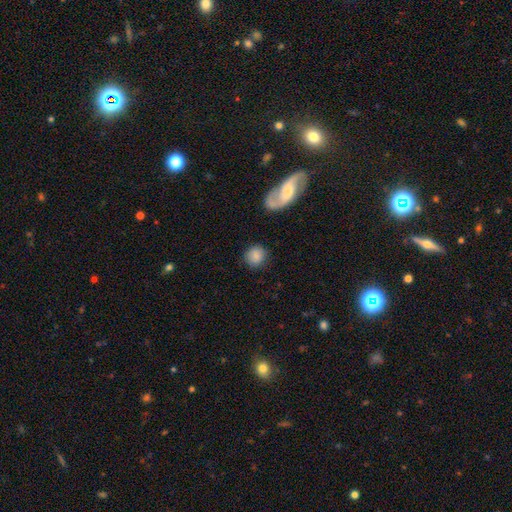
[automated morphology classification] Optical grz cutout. It shows a smooth galaxy with no disk features (83%) that is round (84%). Merging: none (83%).